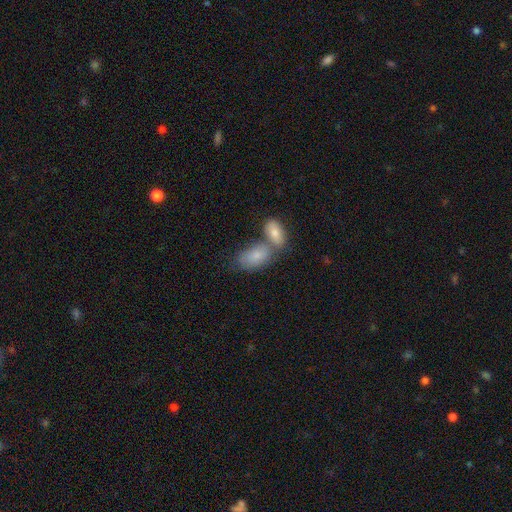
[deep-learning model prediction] Smooth or featured?
  - smooth: 79% *
  - featured or disk: 15%
  - star or artifact: 6%
How rounded?
  - in between: 93% *
  - round: 5%
  - cigar-shaped: 2%
Merging?
  - merger: 51% *
  - none: 33%
  - minor disturbance: 11%
  - major disturbance: 4%